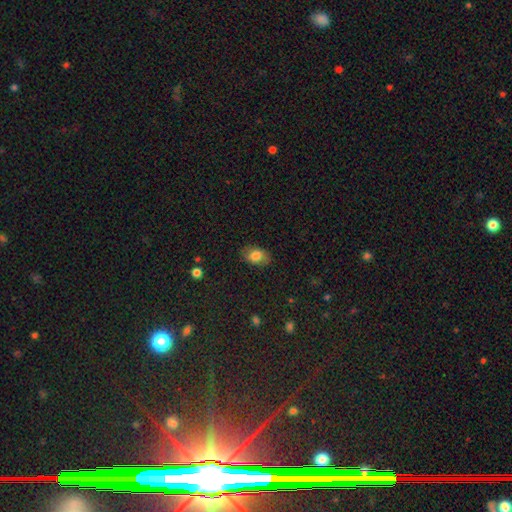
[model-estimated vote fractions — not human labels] smooth 80%, featured or disk 12%, star or artifact 9%. Down the decision tree: how rounded — in between (84%); merging — none (83%).